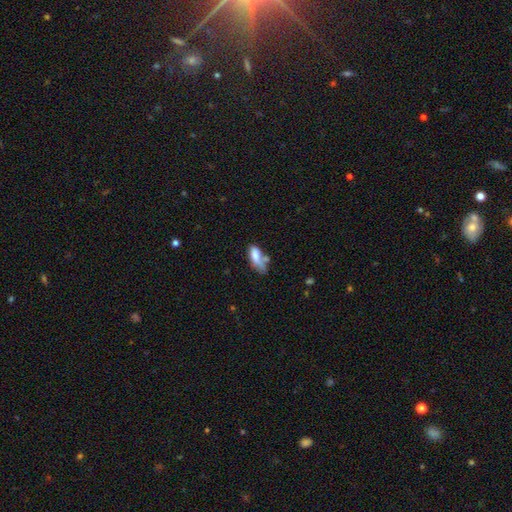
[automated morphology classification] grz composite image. It shows a smooth galaxy with no disk features (72%) that is in between round and cigar-shaped (74%). Merging: none (30%).